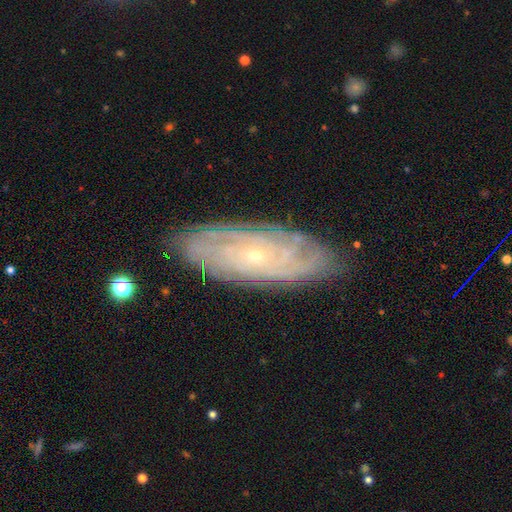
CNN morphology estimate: Smooth or featured?
  - featured or disk: 83% *
  - smooth: 10%
  - star or artifact: 7%
Edge-on disk?
  - no: 89% *
  - yes: 11%
Bar?
  - no: 77% *
  - weak: 18%
  - strong: 5%
Spiral arms?
  - yes: 95% *
  - no: 5%
Spiral winding?
  - tight: 80% *
  - medium: 16%
  - loose: 4%
Spiral arm count?
  - can't tell: 41% *
  - 4: 16%
  - more than 4: 13%
  - 3: 12%
  - 2: 12%
  - 1: 6%
Bulge size?
  - small: 78% *
  - moderate: 19%
  - none: 1%
  - large: 1%
  - dominant: 1%
Merging?
  - none: 85% *
  - minor disturbance: 12%
  - major disturbance: 3%
  - merger: 1%